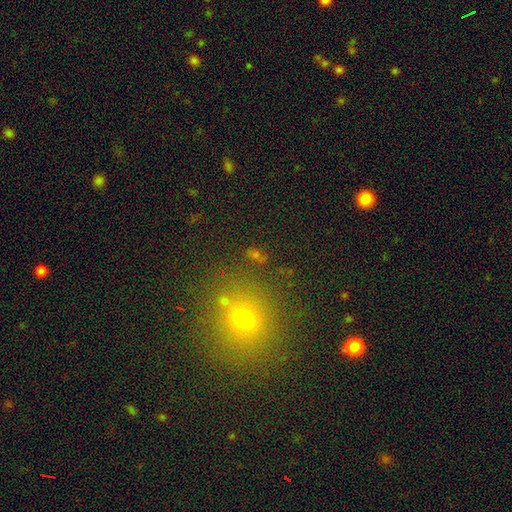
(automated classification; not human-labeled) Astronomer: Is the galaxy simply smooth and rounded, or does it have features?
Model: smooth — 54% (runner-up: star or artifact, 36%).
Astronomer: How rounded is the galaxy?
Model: round — 67%.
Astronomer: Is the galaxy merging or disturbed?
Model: none — 78%.